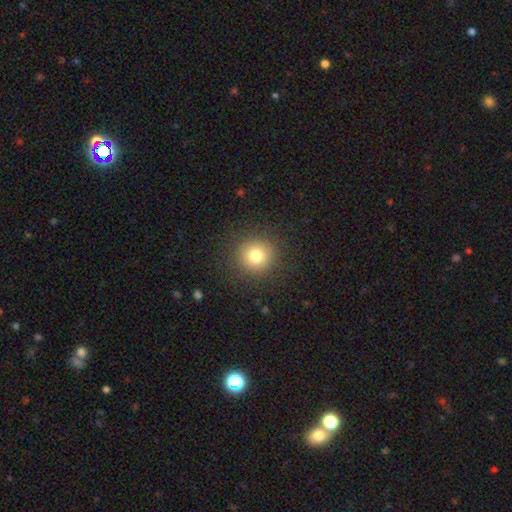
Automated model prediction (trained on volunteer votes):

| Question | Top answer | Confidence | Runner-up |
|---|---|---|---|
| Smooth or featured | smooth | 79% | star or artifact (13%) |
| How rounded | round | 93% | in between (6%) |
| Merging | none | 90% | minor disturbance (6%) |